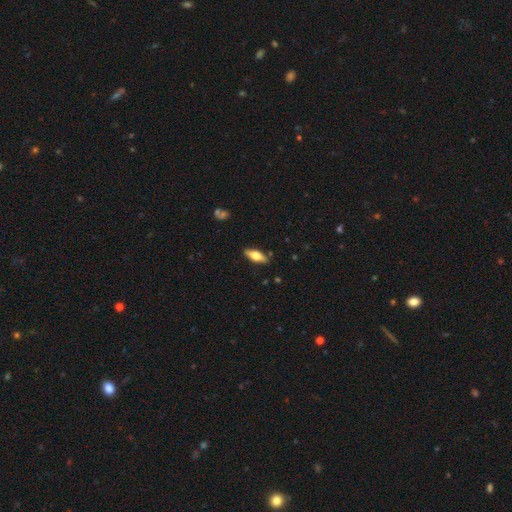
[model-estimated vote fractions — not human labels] Morphology: type=smooth (57%); roundness=in between (66%); merging=none (87%).